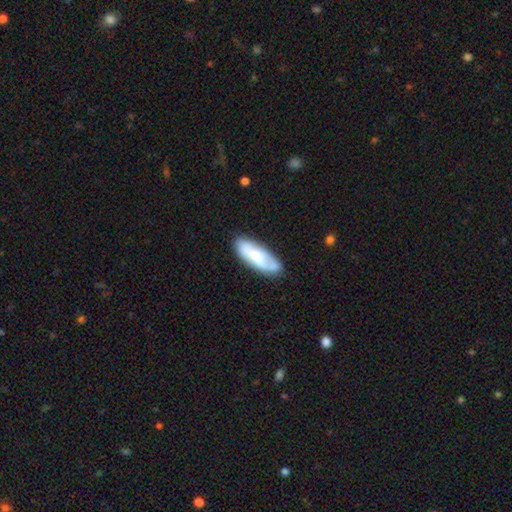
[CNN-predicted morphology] Smooth or featured? Predicted: smooth (p=0.61). How rounded? Predicted: in between (p=0.70). Merging? Predicted: none (p=0.74).